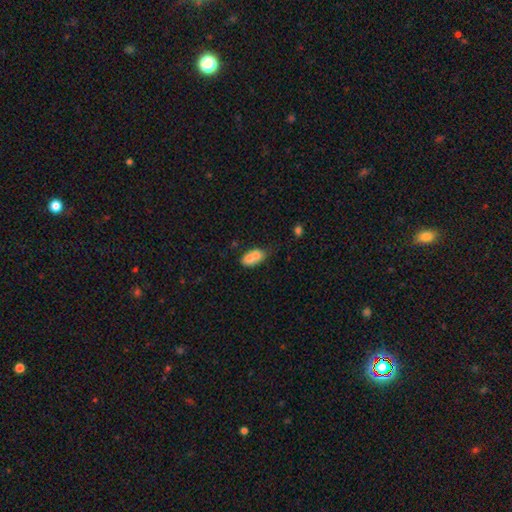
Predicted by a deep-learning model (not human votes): The model was most divided on "merging": merger: 57%, none: 26%, minor disturbance: 12%, major disturbance: 5%. More confident: how rounded — in between (79%); smooth or featured — smooth (70%).